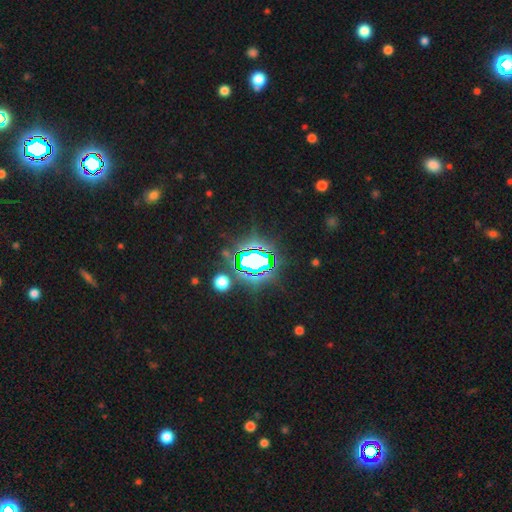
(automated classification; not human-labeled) Smooth or featured? star or artifact (73%)